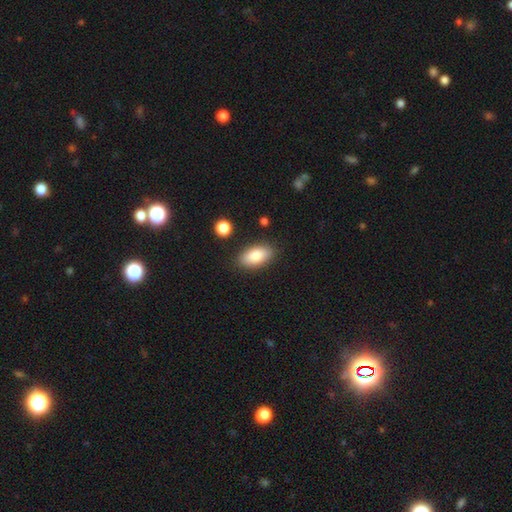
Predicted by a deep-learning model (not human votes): The model was most divided on "smooth or featured": smooth: 82%, featured or disk: 11%, star or artifact: 7%. More confident: how rounded — in between (91%); merging — none (85%).